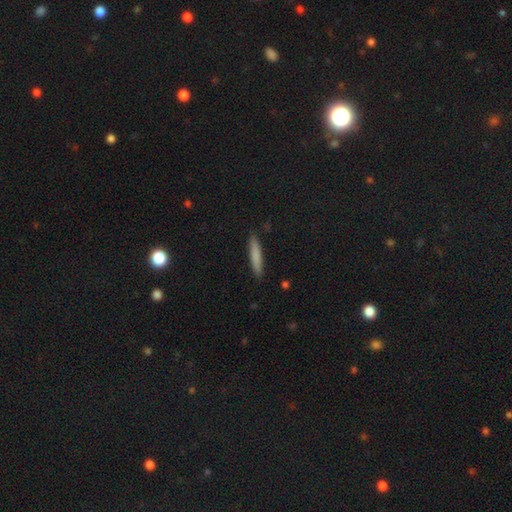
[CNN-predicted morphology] Smooth or featured?
  - smooth: 79% *
  - featured or disk: 14%
  - star or artifact: 6%
How rounded?
  - cigar-shaped: 92% *
  - in between: 7%
  - round: 1%
Merging?
  - none: 89% *
  - minor disturbance: 8%
  - major disturbance: 2%
  - merger: 1%